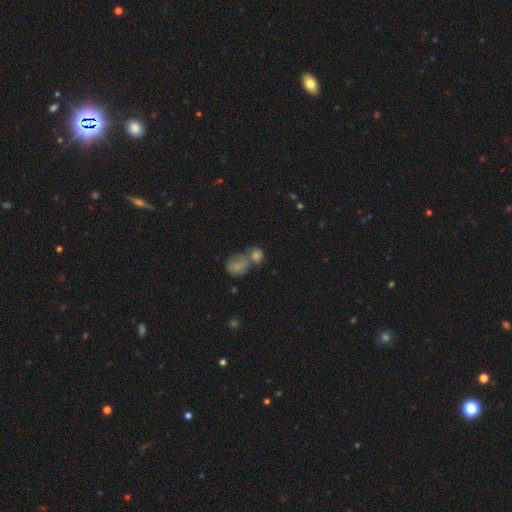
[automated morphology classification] type=smooth (45%); merging=merger (43%).